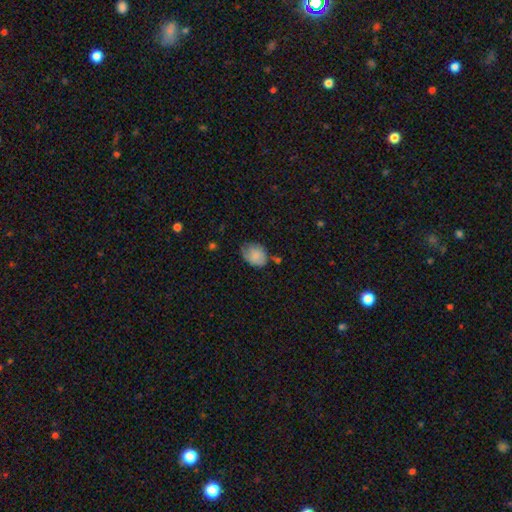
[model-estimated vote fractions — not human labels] smooth-or-featured: smooth: 79% | featured or disk: 13% | star or artifact: 8%
  how-rounded: in between: 60% | round: 39% | cigar-shaped: 1%
  merging: none: 46% | minor disturbance: 39% | major disturbance: 11% | merger: 4%